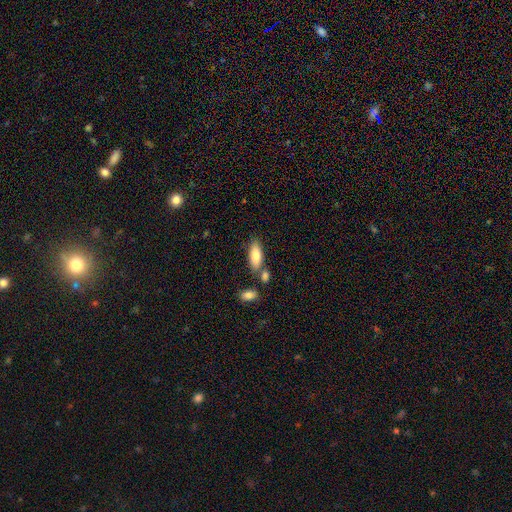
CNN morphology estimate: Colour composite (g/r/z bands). It shows a smooth galaxy with no disk features (82%) that is in between round and cigar-shaped (76%). Merging: none (65%).